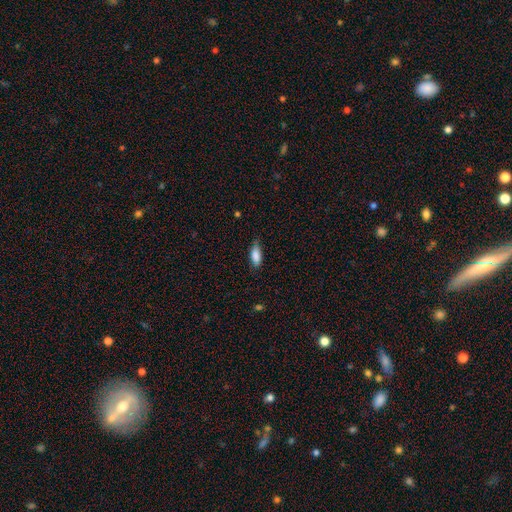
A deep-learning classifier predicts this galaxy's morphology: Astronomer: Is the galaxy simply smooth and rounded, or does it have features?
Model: smooth — 85%.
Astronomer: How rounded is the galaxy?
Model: in between — 82%.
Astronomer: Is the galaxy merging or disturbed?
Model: none — 67%.